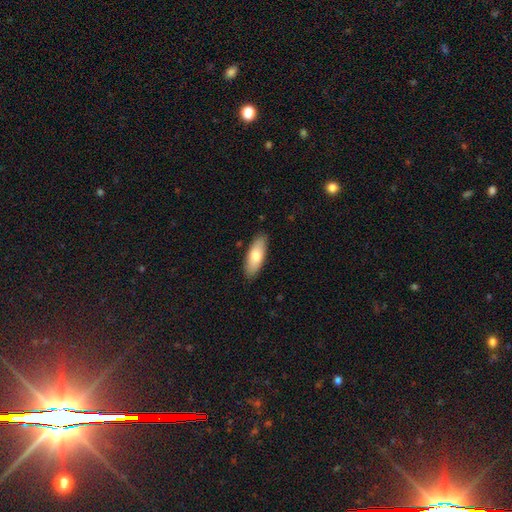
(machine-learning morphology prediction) This appears to be a smooth galaxy with no disk features (75%) that is in between round and cigar-shaped (73%). Merging: none (87%).